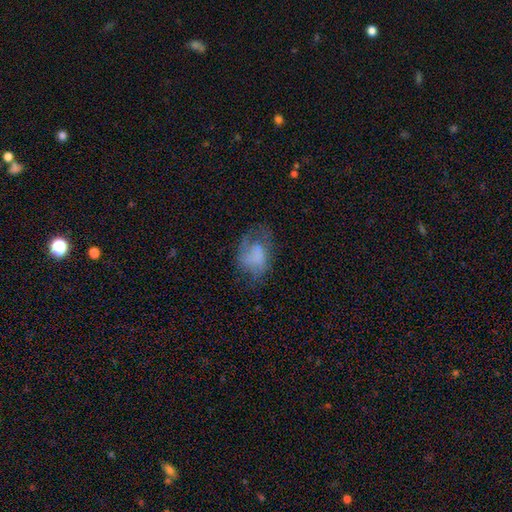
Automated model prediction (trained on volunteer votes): A smooth galaxy with no disk features (52%) that is in between round and cigar-shaped (76%). Merging: major disturbance (36%).